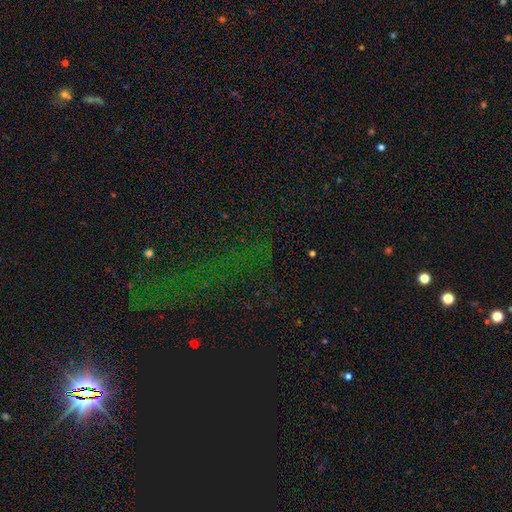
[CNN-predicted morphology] This is likely a star or artifact rather than a galaxy (78%).